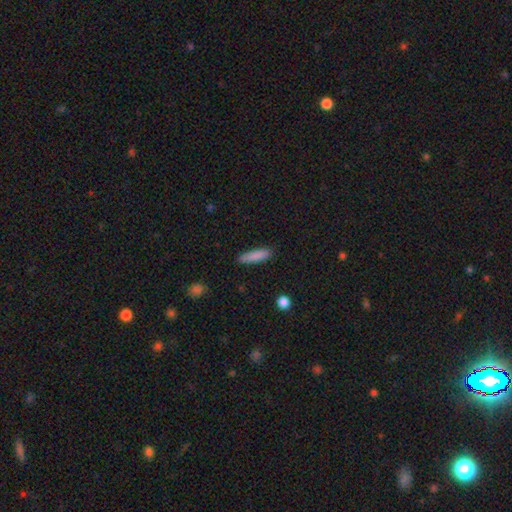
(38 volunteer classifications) This appears to be a smooth galaxy with no disk features (92%) that is cigar-shaped (57%). Merging: none (84%).